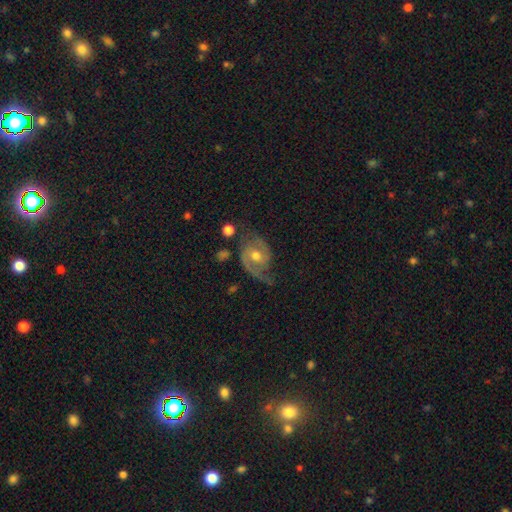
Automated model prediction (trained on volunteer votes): This appears to be a featured or disk galaxy (84%) with no bar (53%), 2 (83%) medium (48%) spiral arms (94%) and a moderate central bulge (72%). Merging: none (62%).